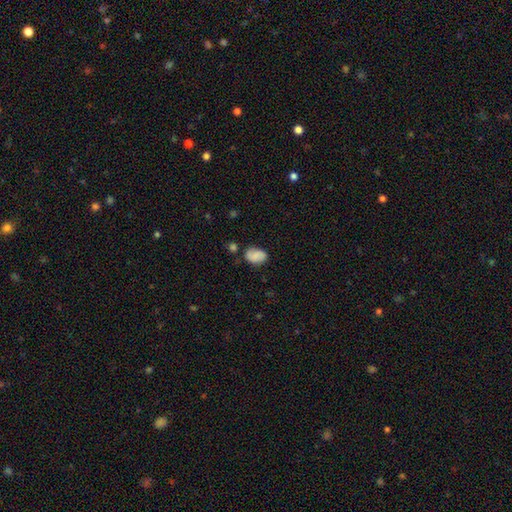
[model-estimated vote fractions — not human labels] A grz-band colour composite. It shows a smooth galaxy with no disk features (67%) that is in between round and cigar-shaped (80%). Merging: none (62%).